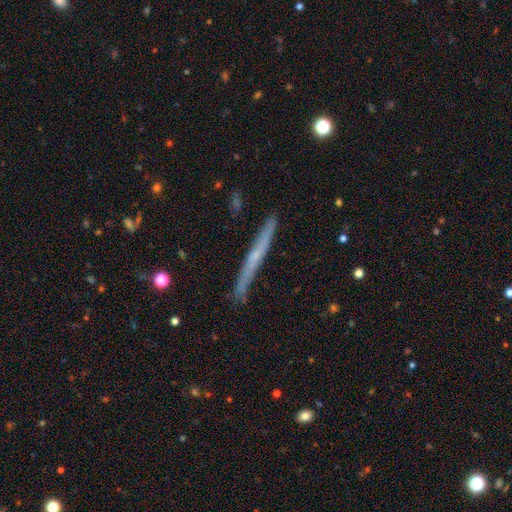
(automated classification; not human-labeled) A featured or disk galaxy (57%) viewed edge-on (96%) with no central bulge (71%). Merging: none (87%).